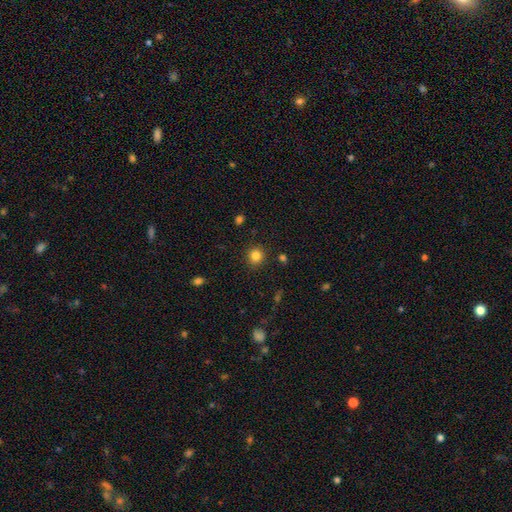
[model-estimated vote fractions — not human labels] This appears to be a smooth galaxy with no disk features (83%) that is round (91%). Merging: none (89%).